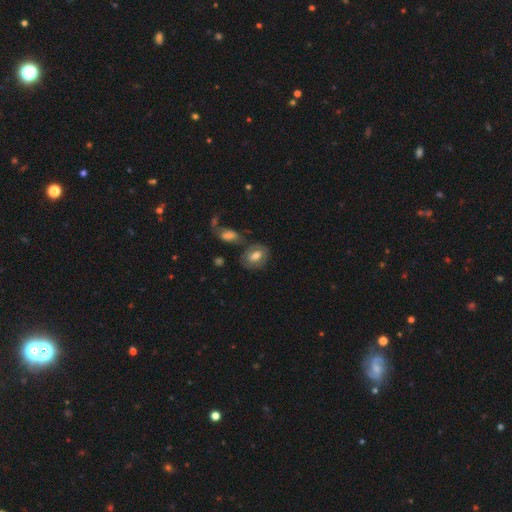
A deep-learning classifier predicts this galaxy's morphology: Smooth or featured? Predicted: smooth (p=0.57). How rounded? Predicted: in between (p=0.68). Merging? Predicted: none (p=0.64).